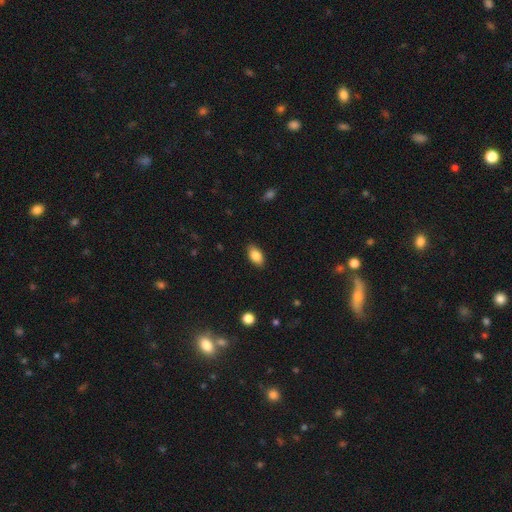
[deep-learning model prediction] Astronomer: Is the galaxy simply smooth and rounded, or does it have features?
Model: smooth — 84%.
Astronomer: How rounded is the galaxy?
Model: in between — 91%.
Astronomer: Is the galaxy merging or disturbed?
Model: none — 87%.